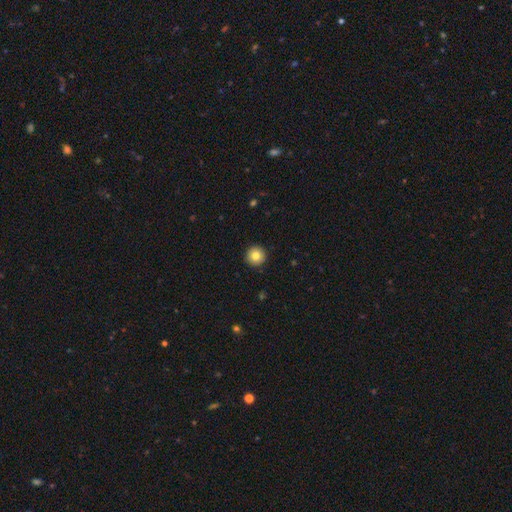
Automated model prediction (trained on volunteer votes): Overall: smooth (82%). How rounded: round (96%). Merging: none (93%).